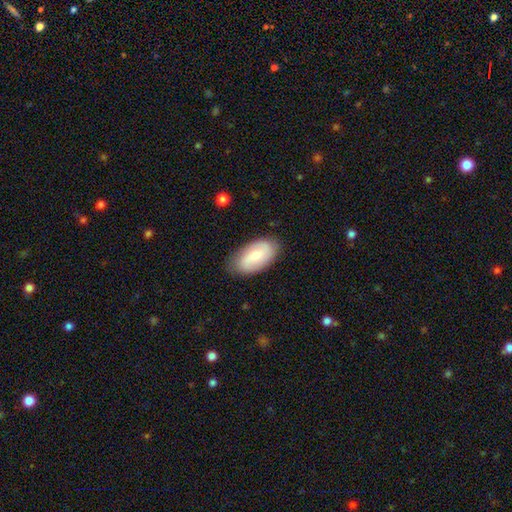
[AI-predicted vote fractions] Overall: smooth (64%; featured or disk 30%). How rounded: in between (94%). Merging: none (79%).